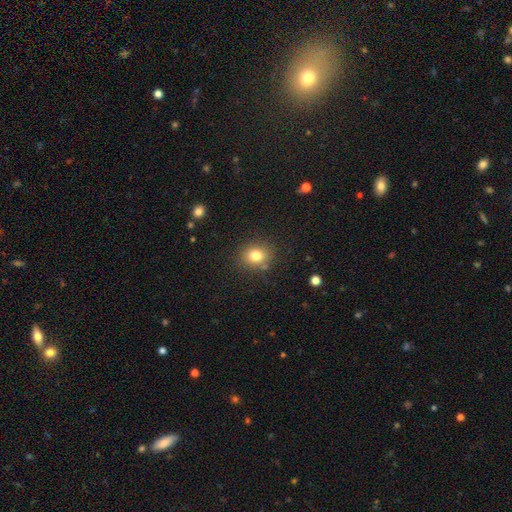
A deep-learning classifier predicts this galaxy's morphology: Overall: smooth (79%). How rounded: round (72%). Merging: none (83%).